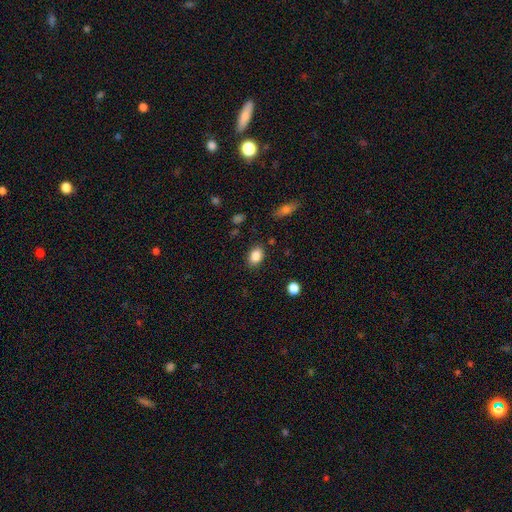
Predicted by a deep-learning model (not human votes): A smooth galaxy with no disk features (86%) that is in between round and cigar-shaped (77%).

Vote fractions:
- Smooth or featured? smooth: 86% / star or artifact: 9% / featured or disk: 5%
- How rounded? in between: 77% / round: 22% / cigar-shaped: 1%
- Merging? none: 83% / minor disturbance: 11% / major disturbance: 3% / merger: 2%